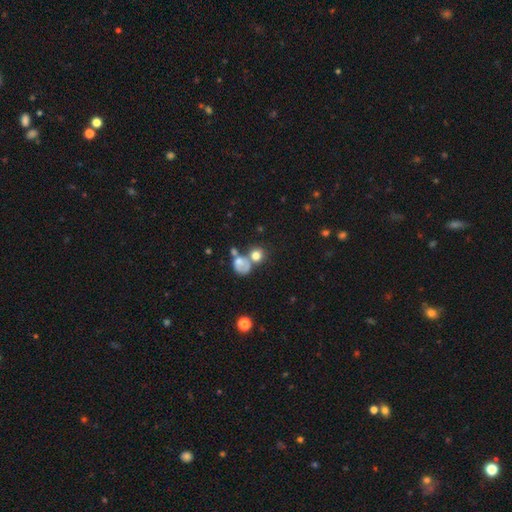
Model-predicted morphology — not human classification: Smooth or featured?
  - smooth: 69% *
  - featured or disk: 18%
  - star or artifact: 13%
How rounded?
  - round: 77% *
  - in between: 22%
  - cigar-shaped: 1%
Merging?
  - none: 42% *
  - merger: 39%
  - minor disturbance: 11%
  - major disturbance: 8%